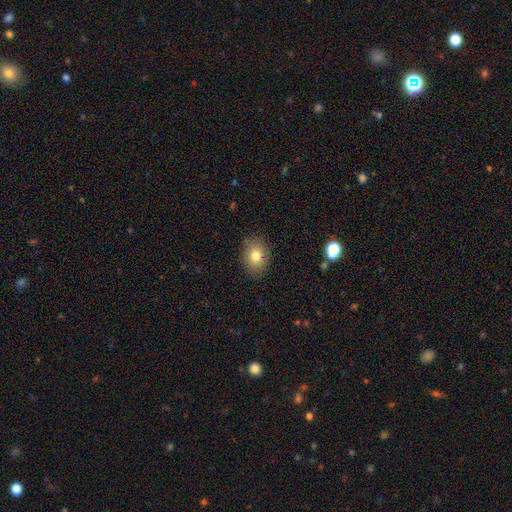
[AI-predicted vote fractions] This is likely a smooth galaxy (79%). How rounded: likely in between (63%). Merging: clearly none (86%).